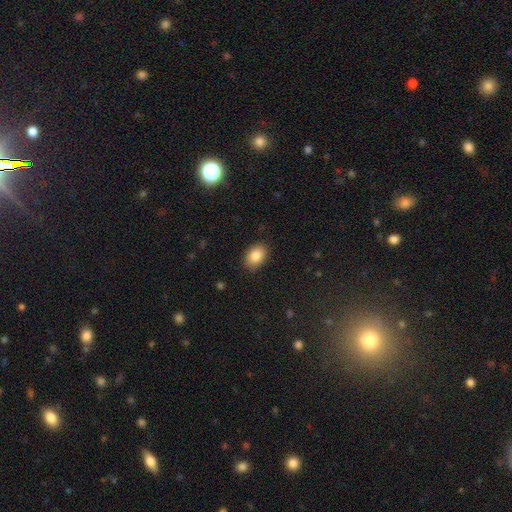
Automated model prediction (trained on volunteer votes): Smooth or featured?
  - smooth: 86% *
  - star or artifact: 8%
  - featured or disk: 6%
How rounded?
  - in between: 79% *
  - round: 20%
  - cigar-shaped: 1%
Merging?
  - none: 85% *
  - minor disturbance: 11%
  - major disturbance: 2%
  - merger: 1%